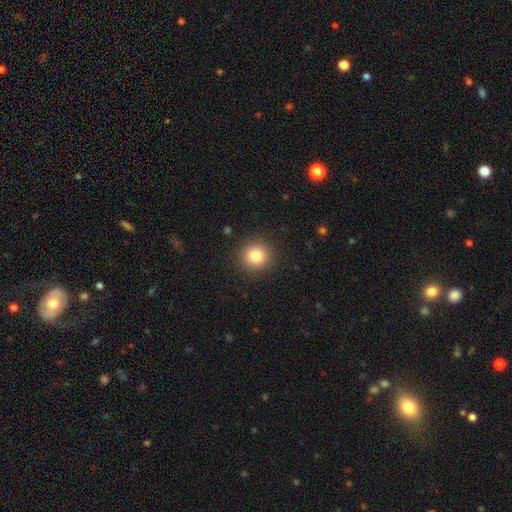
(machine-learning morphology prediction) smooth 82%, star or artifact 11%, featured or disk 7%. Down the decision tree: how rounded — round (93%); merging — none (91%).